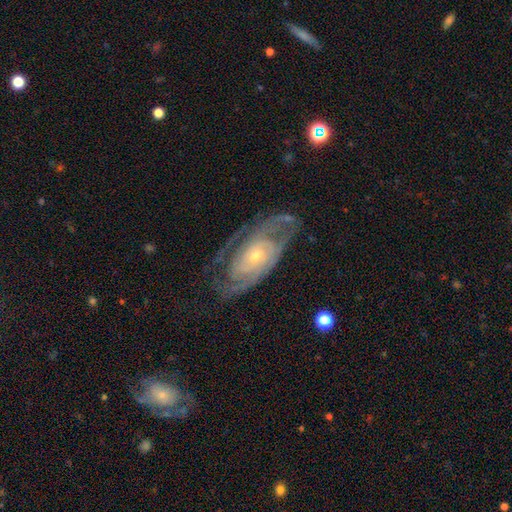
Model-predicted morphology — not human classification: smooth-or-featured: featured or disk: 87% | smooth: 8% | star or artifact: 5%
  disk-edge-on: no: 95% | yes: 5%
    bar: no: 72% | weak: 21% | strong: 7%
    has-spiral-arms: yes: 94% | no: 6%
      spiral-winding: tight: 58% | medium: 34% | loose: 9%
      spiral-arm-count: 2: 50% | can't tell: 23% | 3: 14% | 4: 5% | 1: 4% | more than 4: 4%
    bulge-size: small: 70% | moderate: 26% | large: 2% | none: 1% | dominant: 1%
  merging: none: 68% | minor disturbance: 19% | major disturbance: 12% | merger: 1%